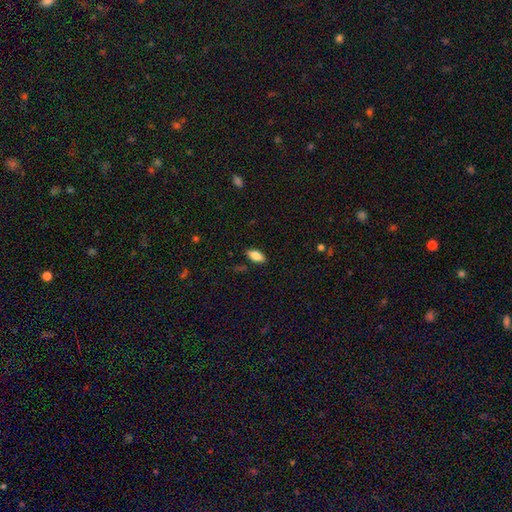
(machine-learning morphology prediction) This appears to be a smooth galaxy with no disk features (82%) that is in between round and cigar-shaped (88%). Merging: none (86%).